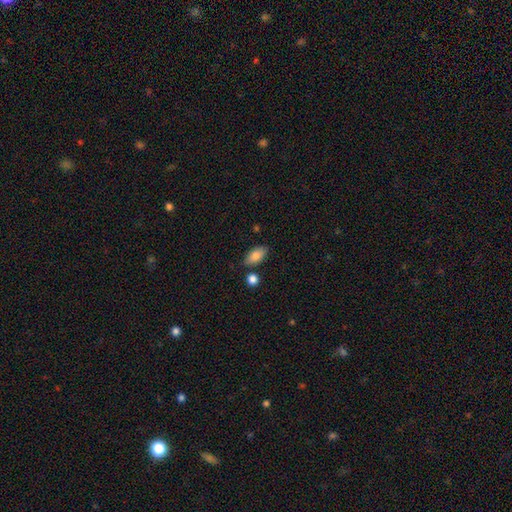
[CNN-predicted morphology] The model was most divided on "merging": none: 80%, minor disturbance: 12%, merger: 6%, major disturbance: 3%. More confident: how rounded — in between (89%); smooth or featured — smooth (82%).